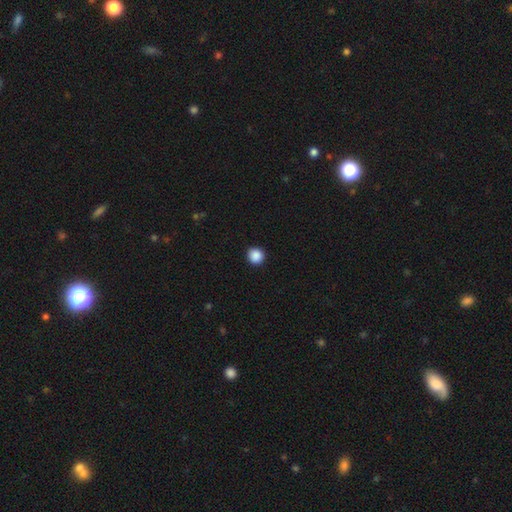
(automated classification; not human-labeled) smooth_or_featured: smooth (p=0.89) [alt: star or artifact p=0.09]
how_rounded: round (p=0.94) [alt: in between p=0.05]
merging: none (p=0.93) [alt: minor disturbance p=0.05]